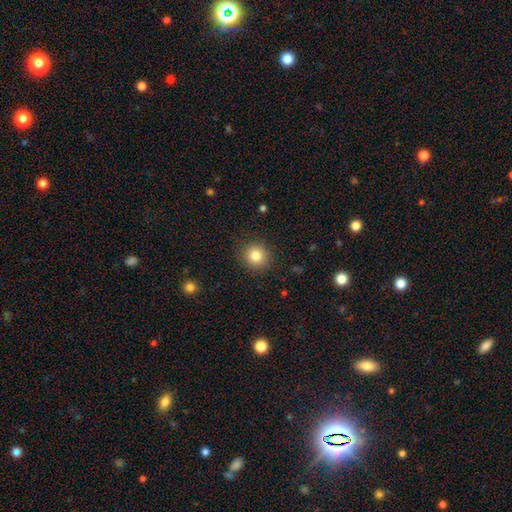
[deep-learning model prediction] Smooth or featured? Predicted: smooth (p=0.83). How rounded? Predicted: round (p=0.92). Merging? Predicted: none (p=0.90).